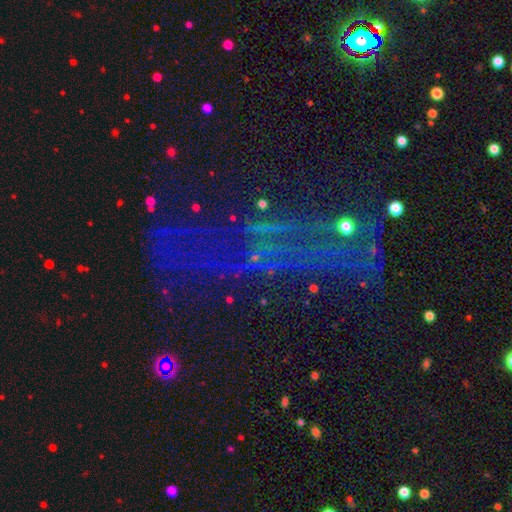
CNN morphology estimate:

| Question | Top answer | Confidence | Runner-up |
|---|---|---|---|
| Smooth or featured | star or artifact | 53% | featured or disk (29%) |